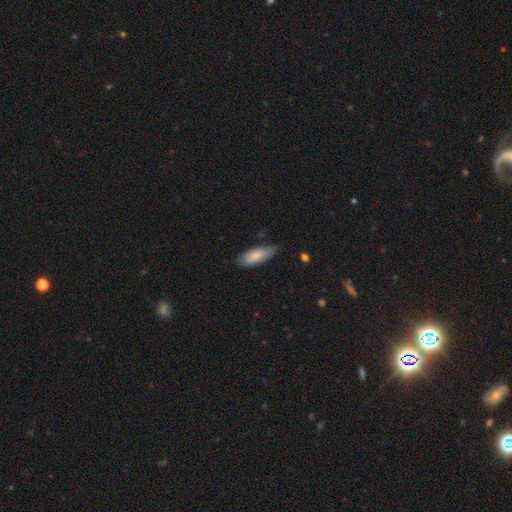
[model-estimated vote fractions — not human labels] A smooth galaxy with no disk features (81%) that is in between round and cigar-shaped (70%). Merging: none (67%).